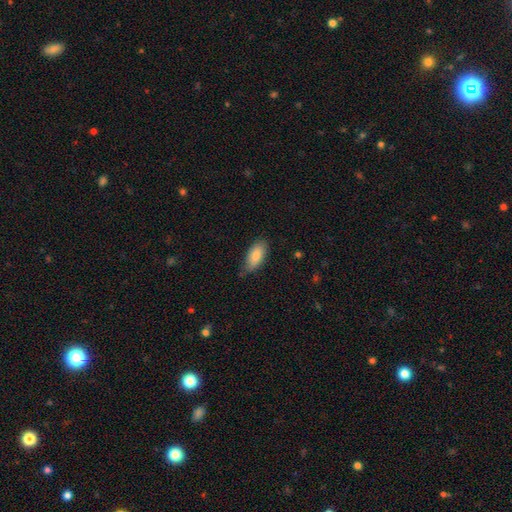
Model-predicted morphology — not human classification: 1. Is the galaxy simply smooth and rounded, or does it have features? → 83% smooth, 10% featured or disk, 6% star or artifact.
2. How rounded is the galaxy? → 88% in between, 10% cigar-shaped, 2% round.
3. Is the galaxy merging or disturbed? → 69% none, 26% minor disturbance, 4% major disturbance, 2% merger.